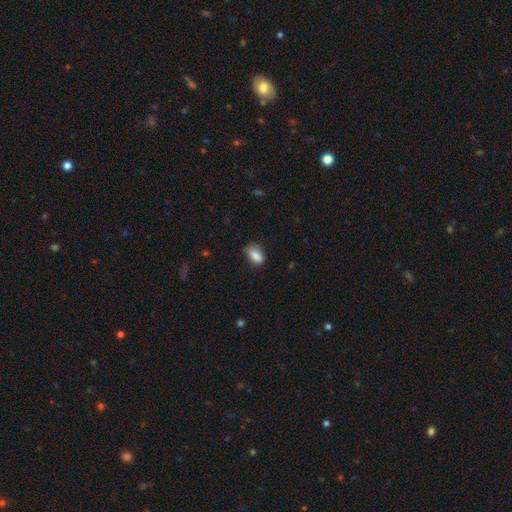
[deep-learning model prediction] Smooth or featured?
  - smooth: 85% *
  - star or artifact: 8%
  - featured or disk: 7%
How rounded?
  - in between: 86% *
  - round: 8%
  - cigar-shaped: 6%
Merging?
  - none: 70% *
  - minor disturbance: 24%
  - major disturbance: 5%
  - merger: 2%